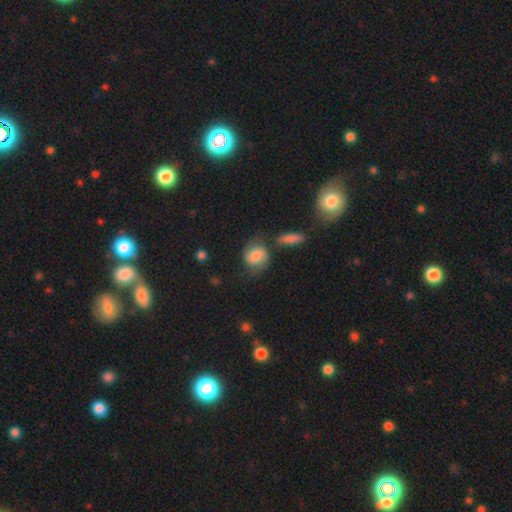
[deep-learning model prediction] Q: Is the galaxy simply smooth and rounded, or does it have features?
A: smooth — 52%.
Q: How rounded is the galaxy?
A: round — 59%.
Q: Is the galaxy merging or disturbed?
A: none — 55%.